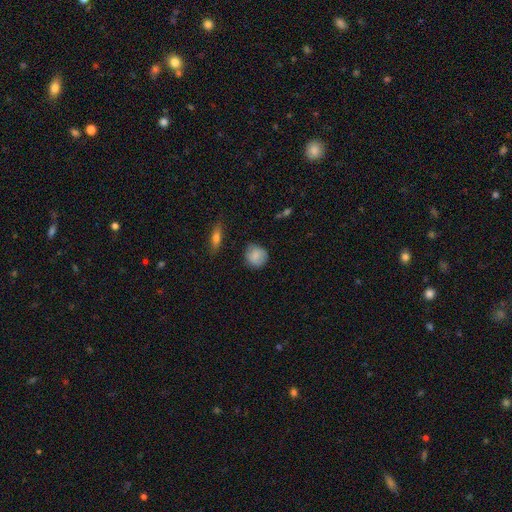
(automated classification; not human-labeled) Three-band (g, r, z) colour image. It shows a smooth galaxy with no disk features (81%) that is round (81%). Merging: none (78%).